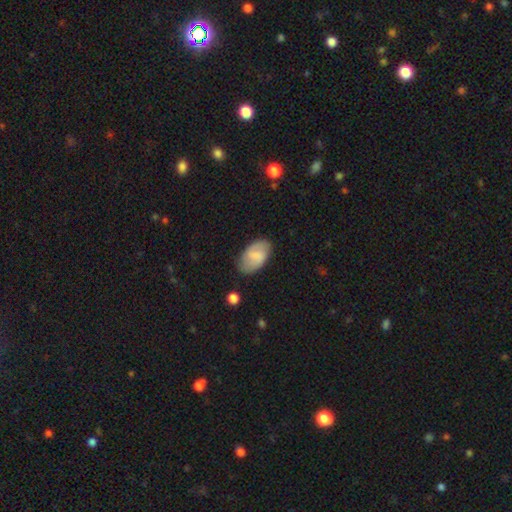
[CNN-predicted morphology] This appears to be a smooth galaxy with no disk features (60%) that is in between round and cigar-shaped (93%). Merging: none (79%).